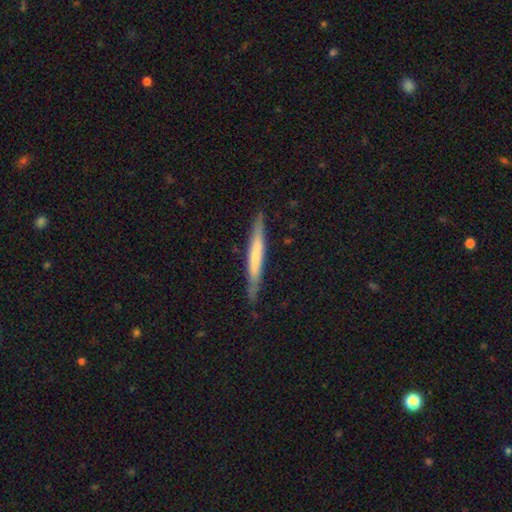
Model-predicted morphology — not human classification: Q: Smooth or featured?
A: smooth (52%); runner-up: featured or disk (43%)
Q: How rounded?
A: cigar-shaped (96%); runner-up: in between (3%)
Q: Merging?
A: none (85%); runner-up: minor disturbance (12%)